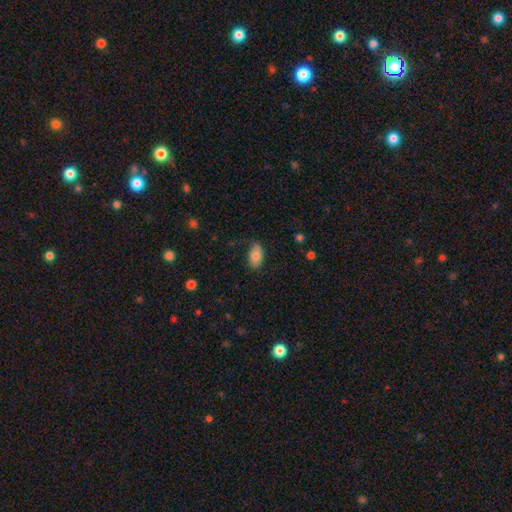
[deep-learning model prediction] smooth_or_featured: smooth (p=0.79) [alt: featured or disk p=0.14]
how_rounded: in between (p=0.92) [alt: round p=0.06]
merging: none (p=0.73) [alt: minor disturbance p=0.21]